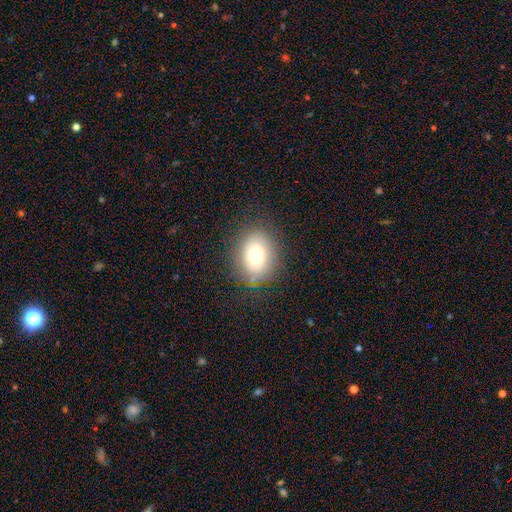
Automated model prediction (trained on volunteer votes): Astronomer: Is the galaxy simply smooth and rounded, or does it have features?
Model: smooth — 73%.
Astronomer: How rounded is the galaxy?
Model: in between — 60% (runner-up: round, 39%).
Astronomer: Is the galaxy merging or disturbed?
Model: none — 80%.